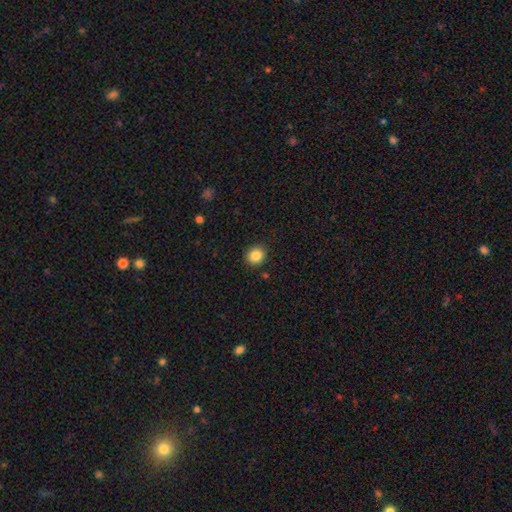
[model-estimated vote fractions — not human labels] smooth 87%, star or artifact 9%, featured or disk 4%. Down the decision tree: how rounded — round (79%); merging — none (90%).